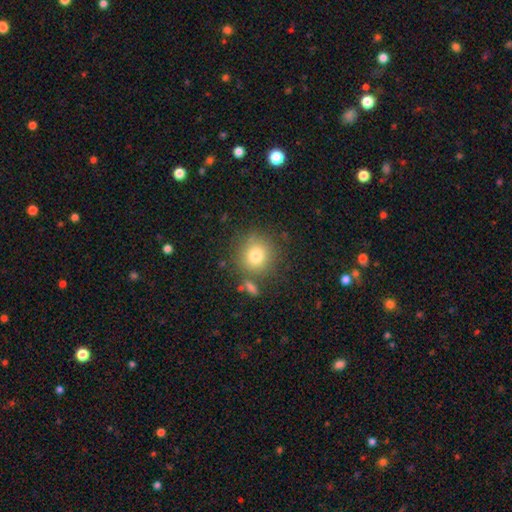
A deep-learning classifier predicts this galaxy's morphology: smooth 78%, star or artifact 12%, featured or disk 10%. Down the decision tree: how rounded — round (91%); merging — none (78%).